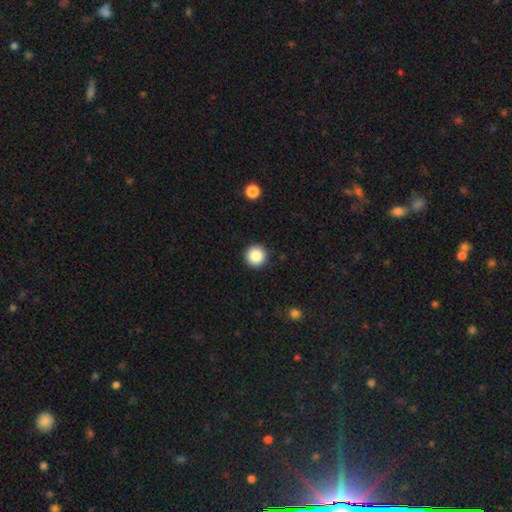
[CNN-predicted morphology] smooth_or_featured: smooth (p=0.87) [alt: star or artifact p=0.09]
how_rounded: round (p=0.96) [alt: in between p=0.03]
merging: none (p=0.92) [alt: minor disturbance p=0.05]